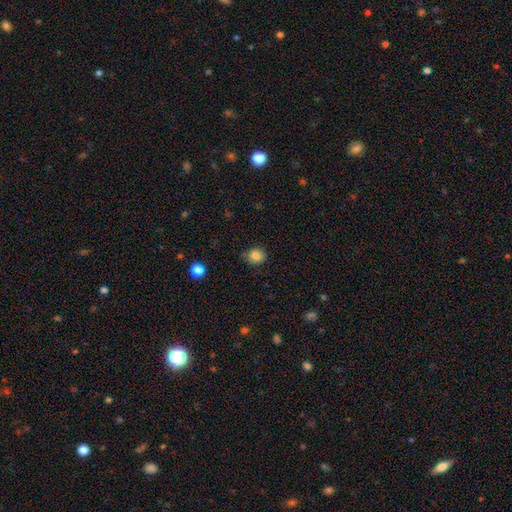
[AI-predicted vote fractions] Smooth or featured: smooth — 83% (star or artifact — 11%)
How rounded: round — 75% (in between — 24%)
Merging: none — 76% (minor disturbance — 19%)